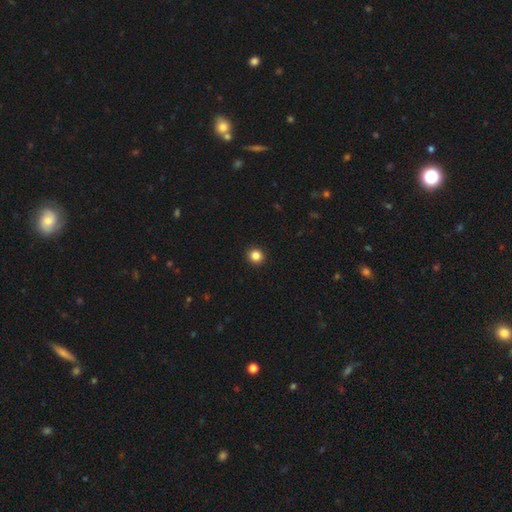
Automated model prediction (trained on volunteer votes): Smooth or featured?
  - smooth: 85% *
  - star or artifact: 11%
  - featured or disk: 4%
How rounded?
  - round: 93% *
  - in between: 6%
  - cigar-shaped: 1%
Merging?
  - none: 94% *
  - minor disturbance: 4%
  - major disturbance: 1%
  - merger: 1%